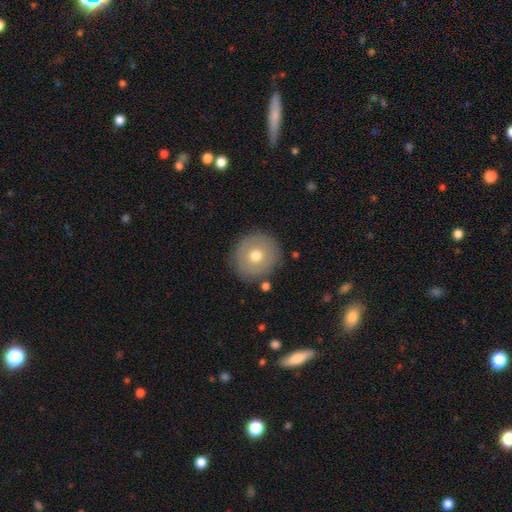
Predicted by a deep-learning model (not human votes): This appears to be a smooth galaxy with no disk features (66%) that is round (92%). Merging: none (87%).